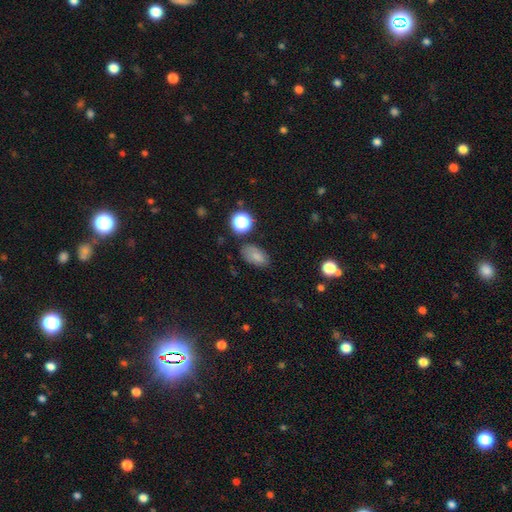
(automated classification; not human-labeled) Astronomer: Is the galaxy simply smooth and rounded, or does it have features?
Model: smooth — 80%.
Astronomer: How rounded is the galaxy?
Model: in between — 89%.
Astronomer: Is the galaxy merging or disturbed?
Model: none — 77%.